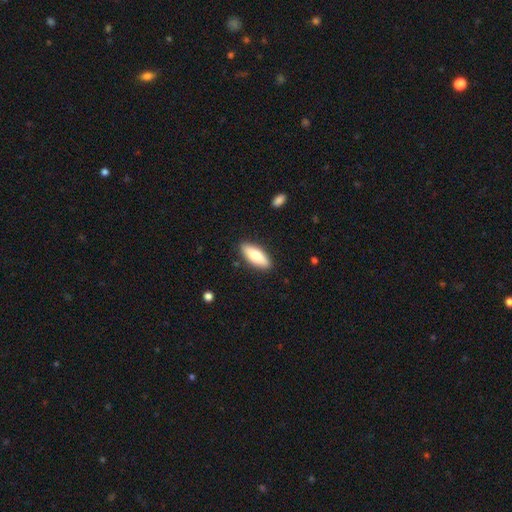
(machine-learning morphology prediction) The model was most divided on "how rounded": in between: 69%, cigar-shaped: 29%, round: 2%. More confident: merging — none (88%); smooth or featured — smooth (77%).